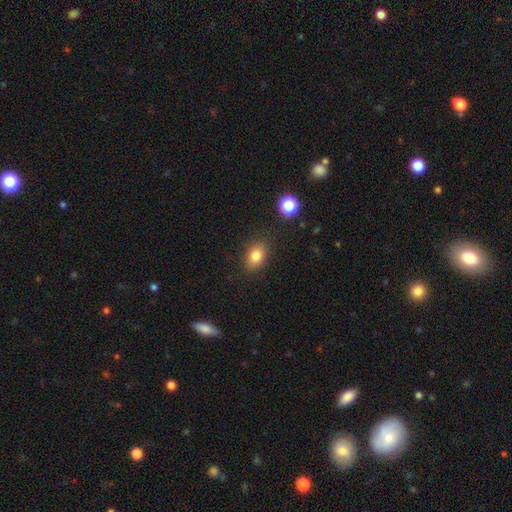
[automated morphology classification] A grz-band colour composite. It shows a smooth galaxy with no disk features (82%) that is in between round and cigar-shaped (76%). Merging: none (84%).